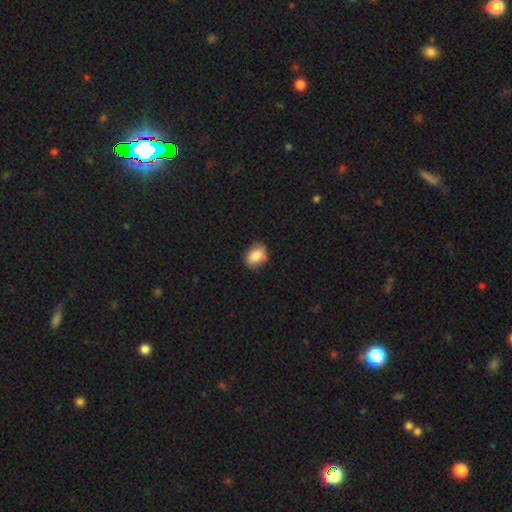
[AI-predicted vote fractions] Smooth or featured? smooth (84%)
How rounded? in between (74%)
Merging? none (75%)